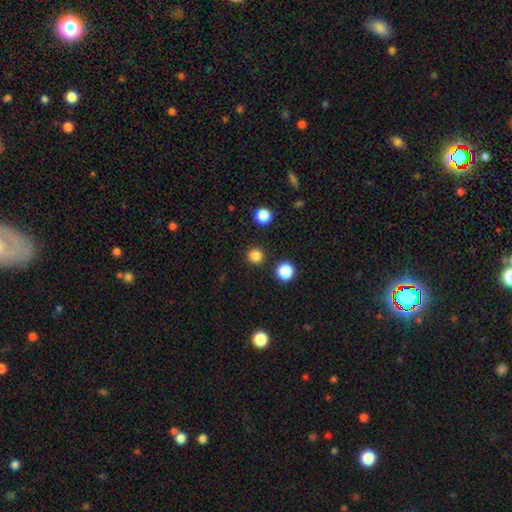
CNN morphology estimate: smooth 82%, star or artifact 14%, featured or disk 3%. Down the decision tree: how rounded — round (94%); merging — none (90%).